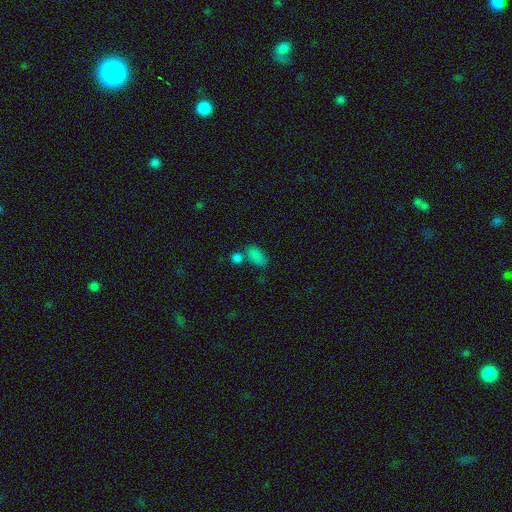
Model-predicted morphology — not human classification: smooth 80%, star or artifact 14%, featured or disk 6%. Down the decision tree: how rounded — in between (89%); merging — none (52%).